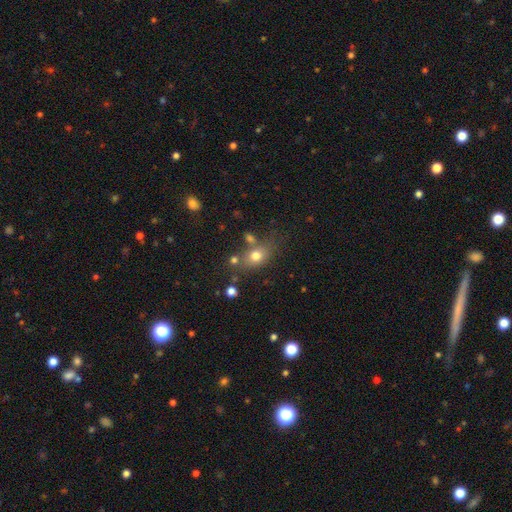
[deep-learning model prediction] Q: Smooth or featured?
A: smooth (74%); runner-up: featured or disk (13%)
Q: How rounded?
A: in between (61%); runner-up: round (36%)
Q: Merging?
A: none (62%); runner-up: minor disturbance (16%)